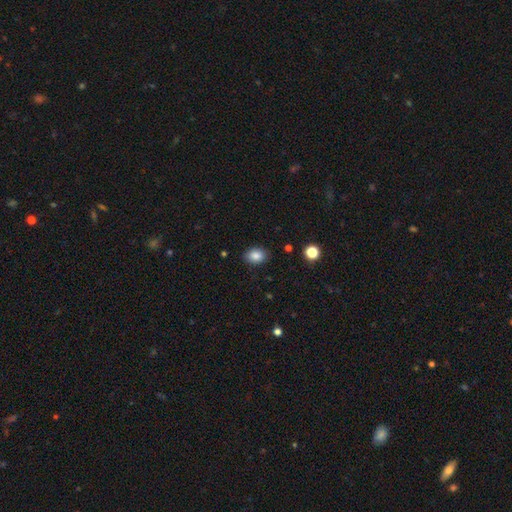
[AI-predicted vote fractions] Morphology: type=smooth (85%); roundness=in between (73%); merging=none (87%).